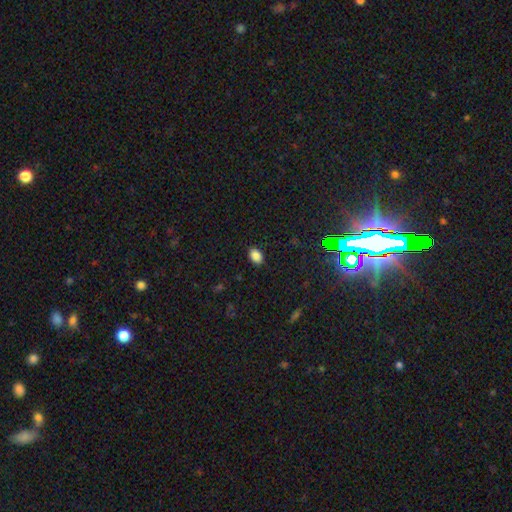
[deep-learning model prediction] smooth_or_featured: smooth (p=0.86) [alt: star or artifact p=0.11]
how_rounded: in between (p=0.84) [alt: round p=0.15]
merging: none (p=0.88) [alt: minor disturbance p=0.09]